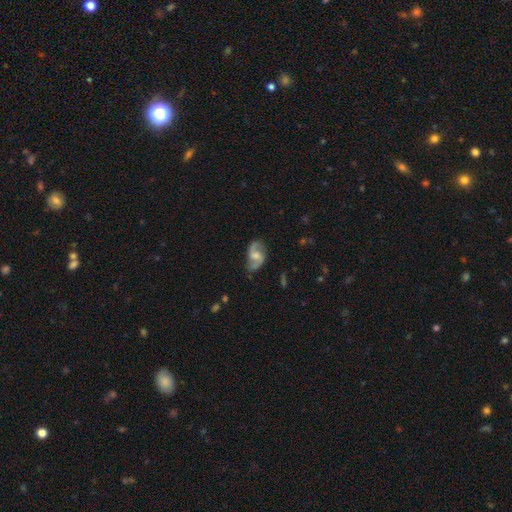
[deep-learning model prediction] A featured or disk galaxy (83%) with a weak bar (49%), 2 (92%) loose (48%) spiral arms (95%) and a moderate central bulge (50%). Merging: none (75%).